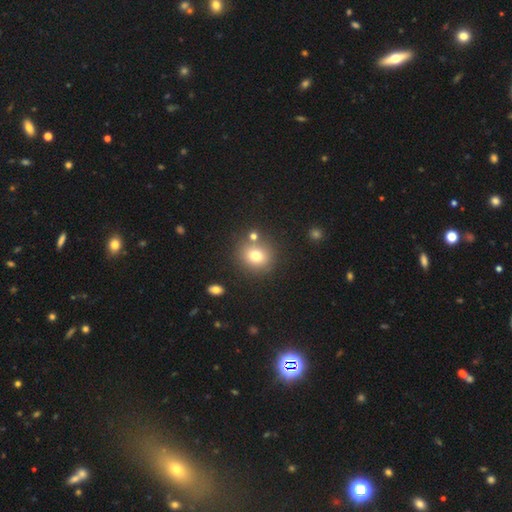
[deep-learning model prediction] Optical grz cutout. It shows a smooth galaxy with no disk features (76%) that is round (81%). Merging: none (76%).